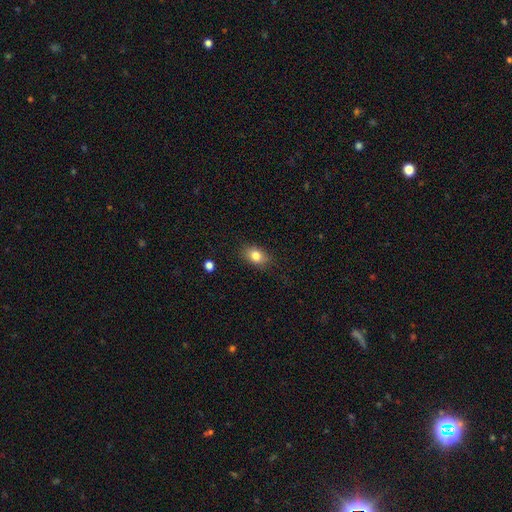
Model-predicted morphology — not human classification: smooth_or_featured: smooth (p=0.83) [alt: star or artifact p=0.09]
how_rounded: in between (p=0.75) [alt: round p=0.23]
merging: none (p=0.84) [alt: minor disturbance p=0.12]